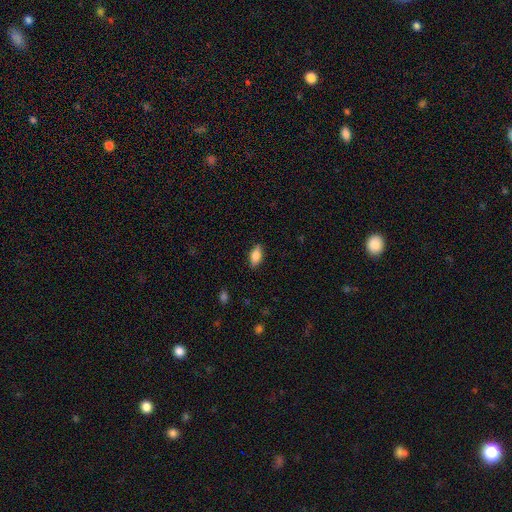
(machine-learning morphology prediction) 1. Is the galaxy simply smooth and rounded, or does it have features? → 72% smooth, 20% featured or disk, 7% star or artifact.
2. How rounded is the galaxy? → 81% in between, 16% cigar-shaped, 3% round.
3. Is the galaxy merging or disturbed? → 86% none, 11% minor disturbance, 2% major disturbance, 1% merger.